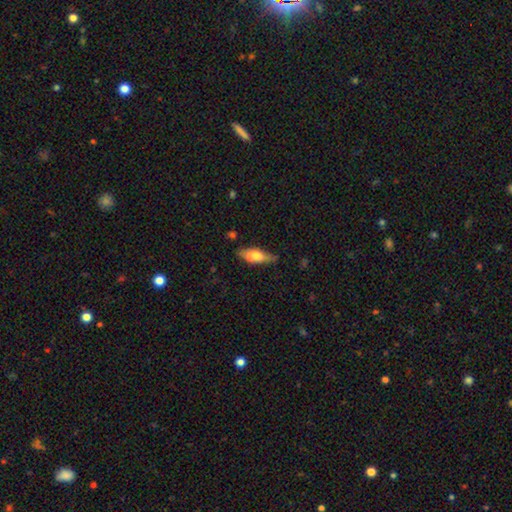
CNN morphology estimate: Smooth or featured?
  - smooth: 67% *
  - featured or disk: 27%
  - star or artifact: 6%
How rounded?
  - in between: 65% *
  - cigar-shaped: 33%
  - round: 2%
Merging?
  - none: 69% *
  - minor disturbance: 24%
  - major disturbance: 4%
  - merger: 2%